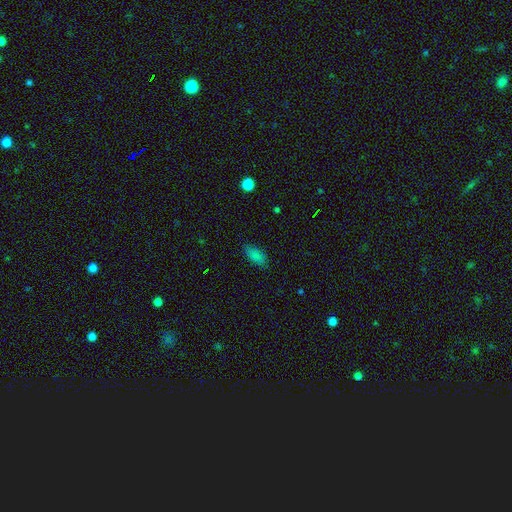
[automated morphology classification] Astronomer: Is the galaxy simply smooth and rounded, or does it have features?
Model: smooth — 83%.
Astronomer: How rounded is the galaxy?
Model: in between — 86%.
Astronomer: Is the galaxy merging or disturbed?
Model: none — 80%.